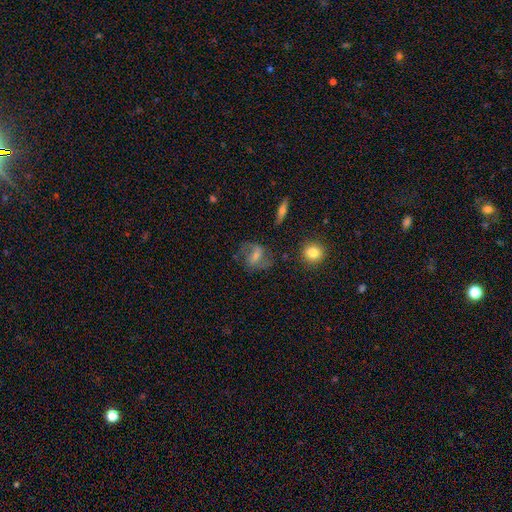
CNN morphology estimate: Smooth or featured: featured or disk — 51% (smooth — 38%)
Edge-on disk: no — 93% (yes — 7%)
Merging: none — 63% (minor disturbance — 20%)